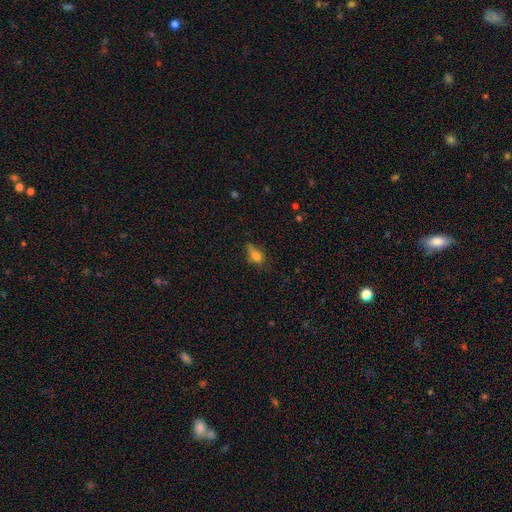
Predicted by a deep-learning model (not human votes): A smooth galaxy with no disk features (75%) that is in between round and cigar-shaped (75%). Merging: none (39%).